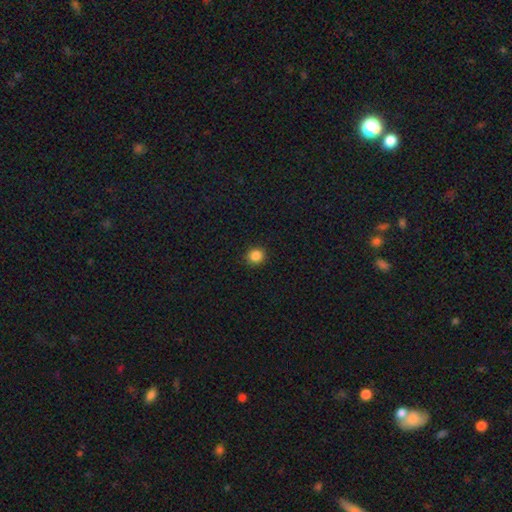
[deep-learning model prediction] smooth_or_featured: smooth (p=0.86) [alt: star or artifact p=0.11]
how_rounded: round (p=0.87) [alt: in between p=0.12]
merging: none (p=0.92) [alt: minor disturbance p=0.06]